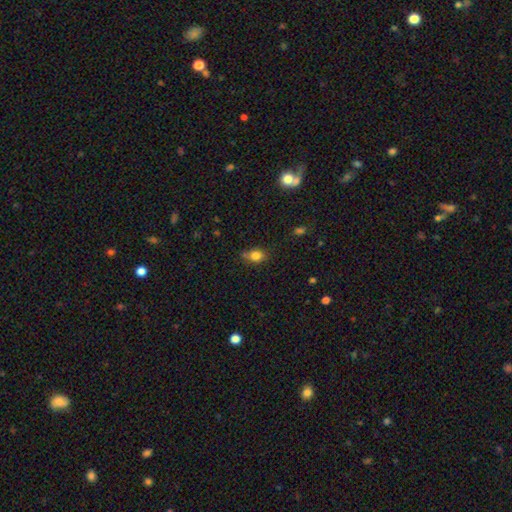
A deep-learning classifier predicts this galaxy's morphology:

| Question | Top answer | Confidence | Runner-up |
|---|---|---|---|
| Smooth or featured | smooth | 82% | star or artifact (11%) |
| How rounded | in between | 60% | round (38%) |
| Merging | none | 65% | minor disturbance (23%) |